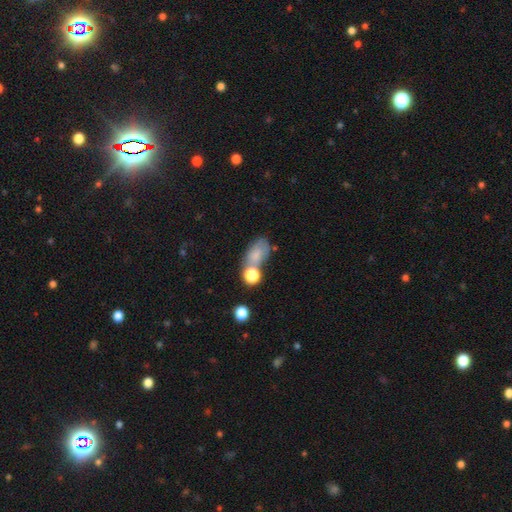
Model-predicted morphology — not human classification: This is likely a smooth galaxy (73%). How rounded: clearly in between (83%). Merging: marginally none (39%).